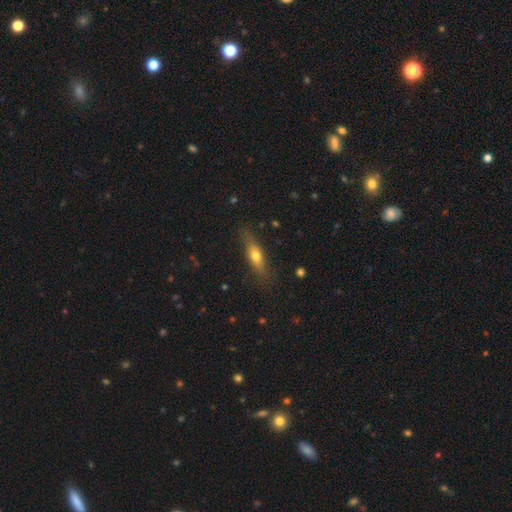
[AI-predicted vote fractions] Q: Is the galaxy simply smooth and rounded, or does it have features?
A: smooth — 53%.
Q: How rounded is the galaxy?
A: cigar-shaped — 60%.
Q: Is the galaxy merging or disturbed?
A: none — 80%.